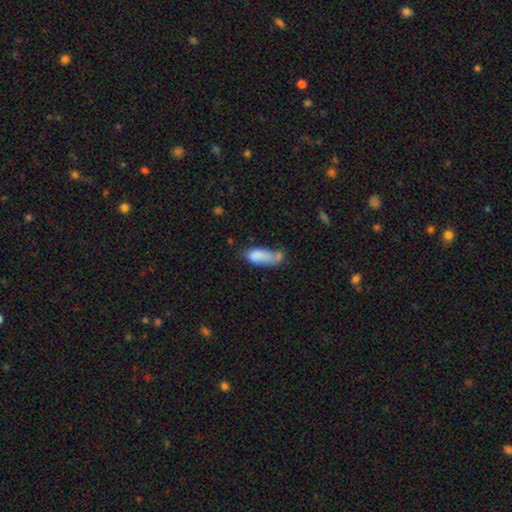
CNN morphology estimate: This appears to be a smooth galaxy with no disk features (80%) that is in between round and cigar-shaped (76%). Merging: none (30%).